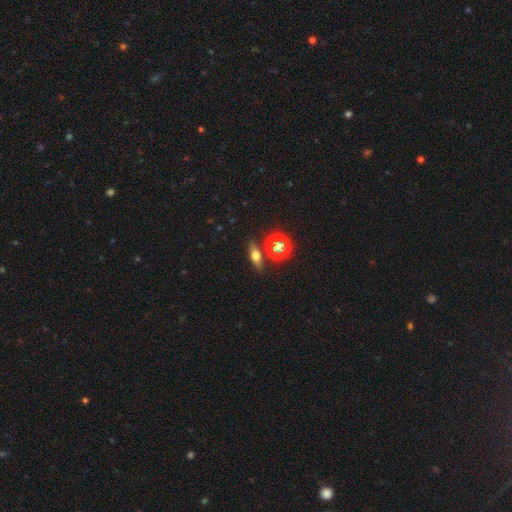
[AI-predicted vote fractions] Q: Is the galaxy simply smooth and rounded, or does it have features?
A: smooth — 53%.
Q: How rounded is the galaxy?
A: in between — 50%.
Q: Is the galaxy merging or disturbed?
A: none — 81%.